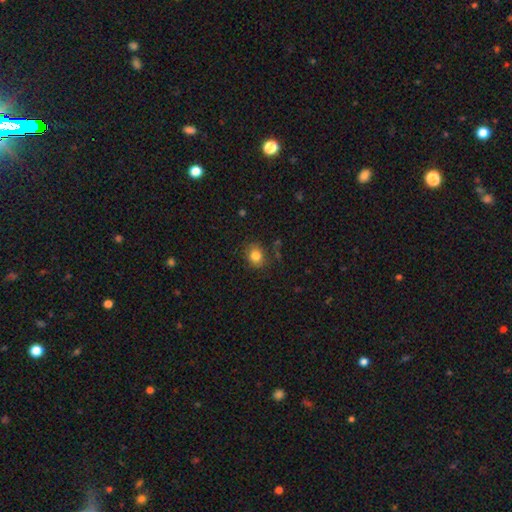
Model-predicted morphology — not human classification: Overall: smooth (82%). How rounded: round (69%; in between 30%). Merging: none (81%).